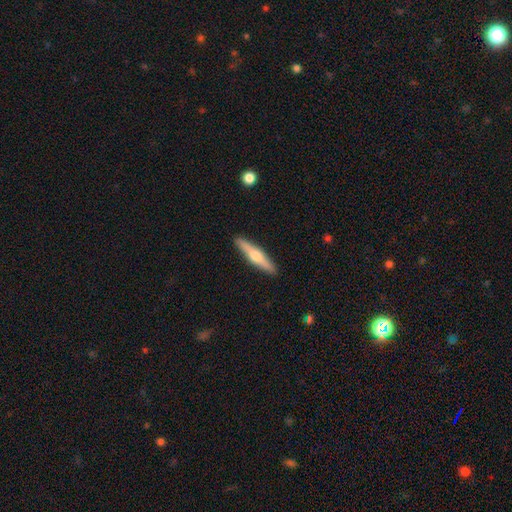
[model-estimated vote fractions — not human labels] The model was most divided on "smooth or featured": featured or disk: 54%, smooth: 41%, star or artifact: 5%. More confident: edge-on disk — yes (95%); edge-on bulge — rounded (91%); merging — none (91%).